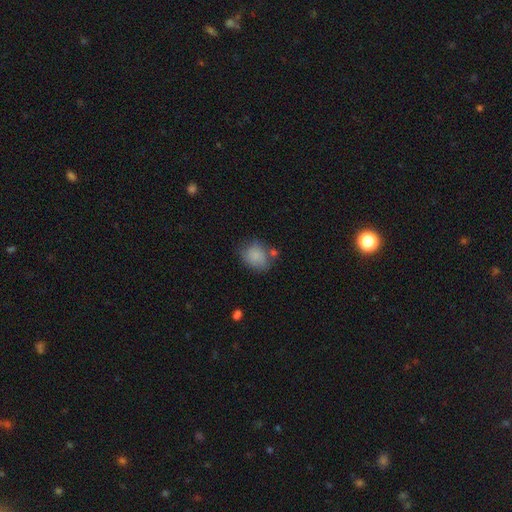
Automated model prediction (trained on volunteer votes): This appears to be a smooth galaxy with no disk features (82%) that is round (52%). Merging: none (57%).